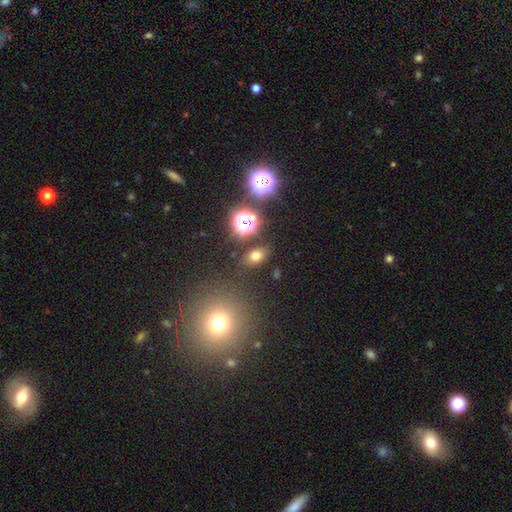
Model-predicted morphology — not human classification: smooth 66%, star or artifact 24%, featured or disk 9%. Down the decision tree: how rounded — in between (76%); merging — none (84%).